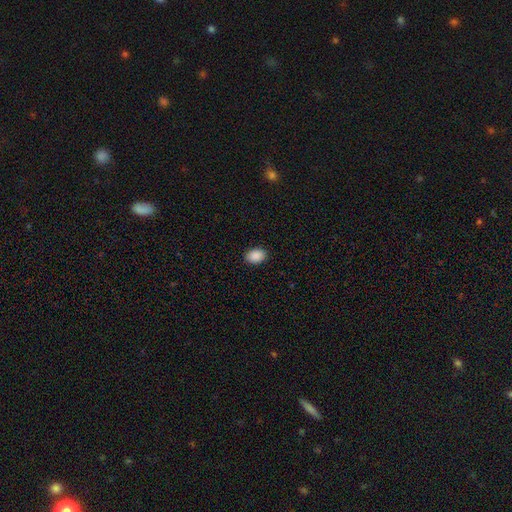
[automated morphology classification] smooth-or-featured: smooth: 90% | star or artifact: 8% | featured or disk: 2%
  how-rounded: in between: 75% | round: 24% | cigar-shaped: 1%
  merging: none: 89% | minor disturbance: 8% | major disturbance: 2% | merger: 1%